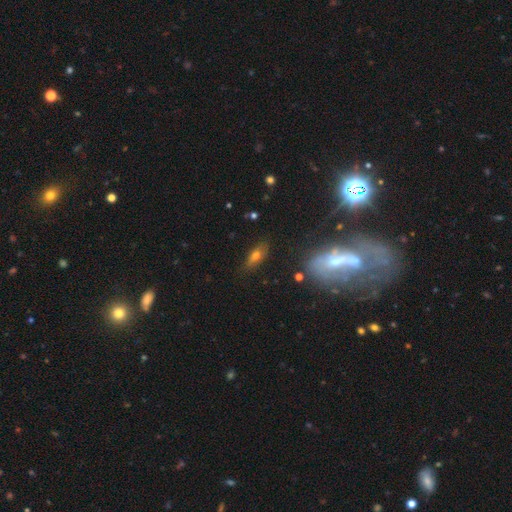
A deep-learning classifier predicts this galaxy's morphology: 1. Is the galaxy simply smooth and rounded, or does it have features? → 59% smooth, 27% featured or disk, 15% star or artifact.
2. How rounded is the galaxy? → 69% in between, 24% cigar-shaped, 7% round.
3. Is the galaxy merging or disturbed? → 79% none, 15% minor disturbance, 4% major disturbance, 3% merger.